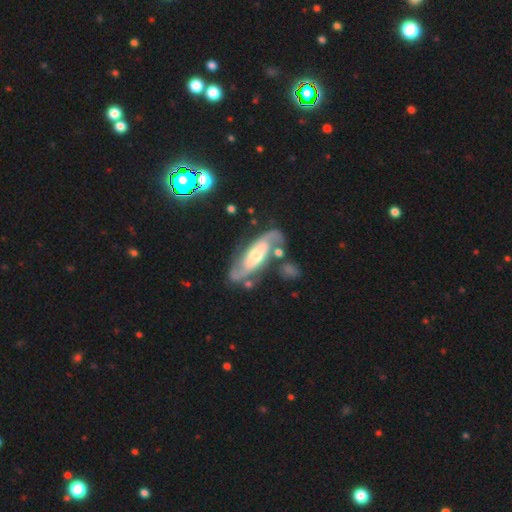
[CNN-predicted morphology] featured or disk 85%, smooth 10%, star or artifact 5%. Down the decision tree: edge-on disk — no (90%); bar — no (43%); spiral arms — yes (95%); spiral arm count — 2 (90%); spiral winding — medium (46%); bulge size — moderate (61%); merging — none (68%).